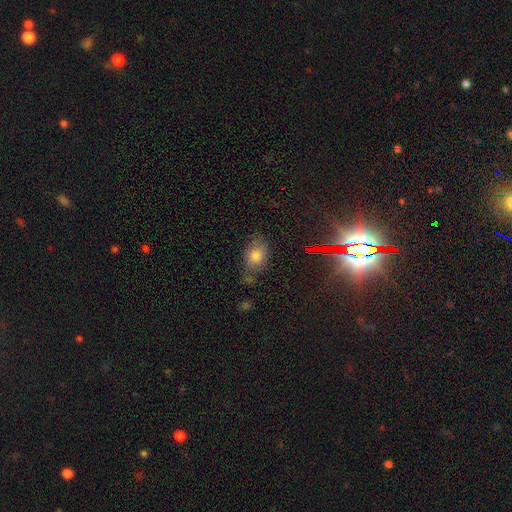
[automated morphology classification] smooth_or_featured: smooth (p=0.73) [alt: star or artifact p=0.15]
how_rounded: in between (p=0.78) [alt: round p=0.20]
merging: none (p=0.60) [alt: minor disturbance p=0.25]